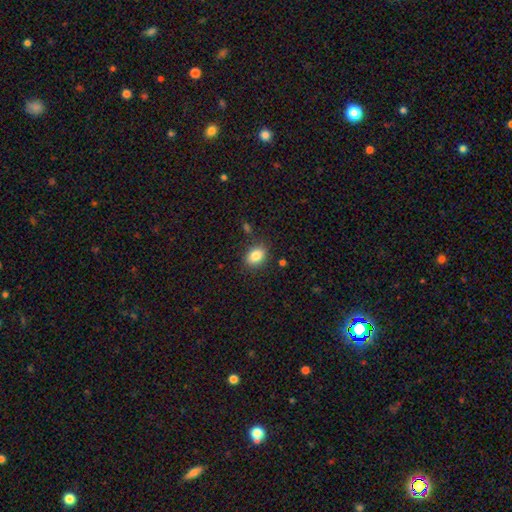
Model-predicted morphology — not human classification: This appears to be a smooth galaxy with no disk features (85%) that is in between round and cigar-shaped (74%). Merging: none (84%).